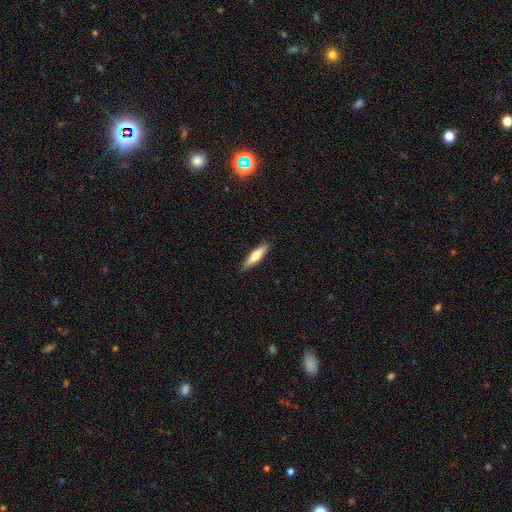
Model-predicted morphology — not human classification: This appears to be a smooth galaxy with no disk features (60%) that is cigar-shaped (77%). Merging: none (90%).